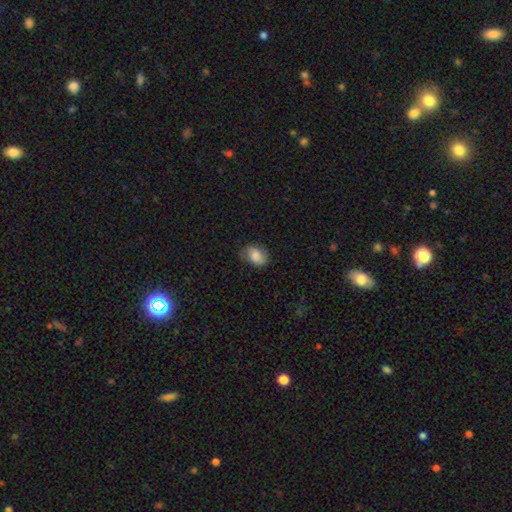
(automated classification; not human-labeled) Smooth or featured?
  - smooth: 75% *
  - featured or disk: 17%
  - star or artifact: 8%
How rounded?
  - in between: 77% *
  - round: 21%
  - cigar-shaped: 1%
Merging?
  - none: 69% *
  - minor disturbance: 24%
  - major disturbance: 6%
  - merger: 1%